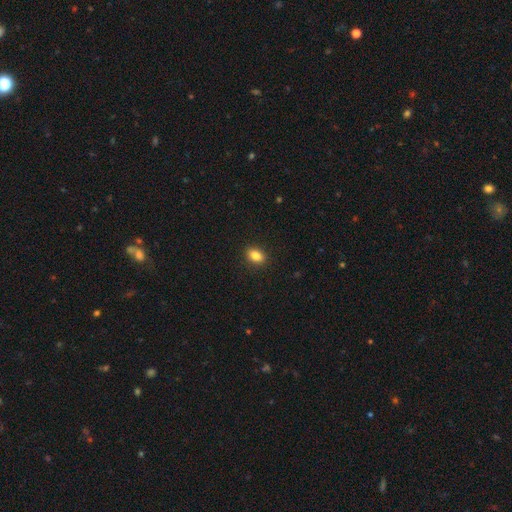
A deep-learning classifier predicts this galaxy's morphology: Smooth or featured? Predicted: smooth (p=0.85). How rounded? Predicted: in between (p=0.79). Merging? Predicted: none (p=0.90).